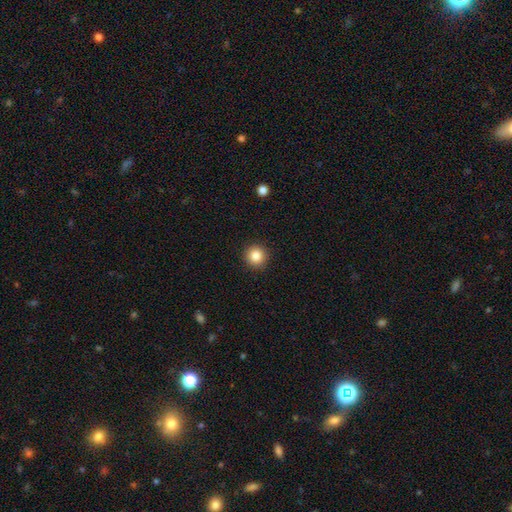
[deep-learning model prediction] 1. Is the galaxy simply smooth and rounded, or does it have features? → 85% smooth, 10% star or artifact, 5% featured or disk.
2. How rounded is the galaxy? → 94% round, 5% in between, 1% cigar-shaped.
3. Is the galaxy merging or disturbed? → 92% none, 5% minor disturbance, 2% major disturbance, 1% merger.